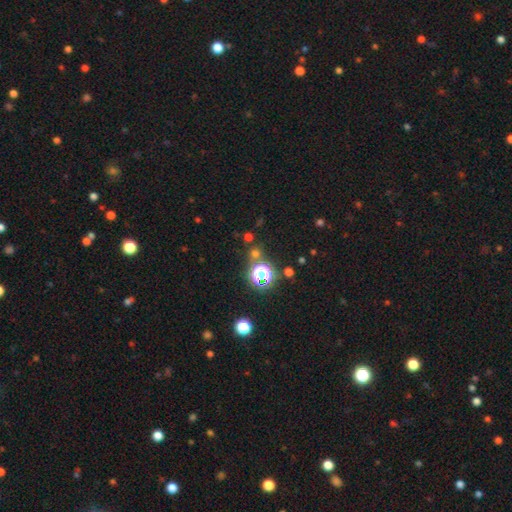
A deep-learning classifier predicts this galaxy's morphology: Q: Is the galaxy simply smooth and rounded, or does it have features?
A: star or artifact — 69%.